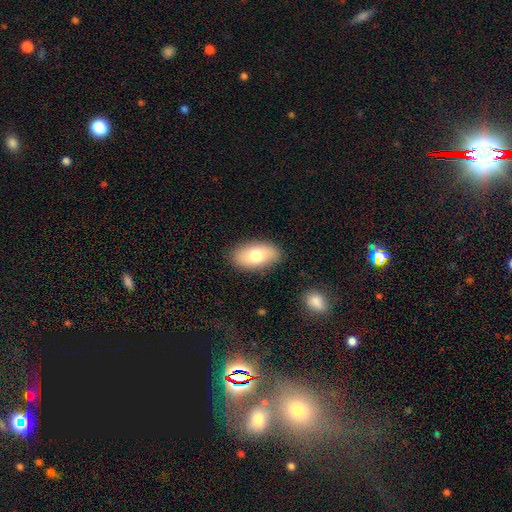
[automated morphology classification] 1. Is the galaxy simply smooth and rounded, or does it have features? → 73% smooth, 20% featured or disk, 7% star or artifact.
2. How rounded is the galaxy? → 93% in between, 5% round, 2% cigar-shaped.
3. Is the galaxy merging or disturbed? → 87% none, 10% minor disturbance, 2% major disturbance, 1% merger.